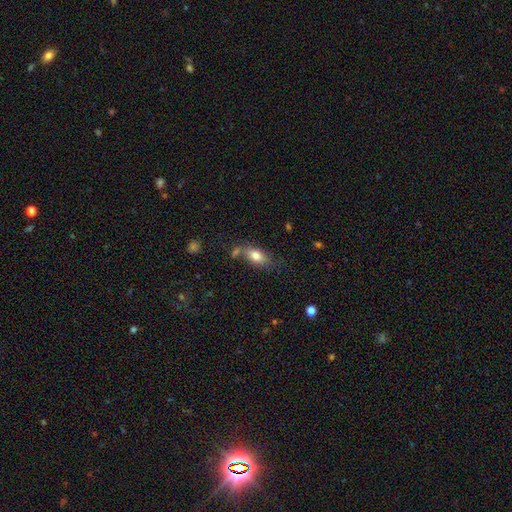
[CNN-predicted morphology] Overall: smooth (79%). How rounded: in between (86%). Merging: none (58%; minor disturbance 20%).